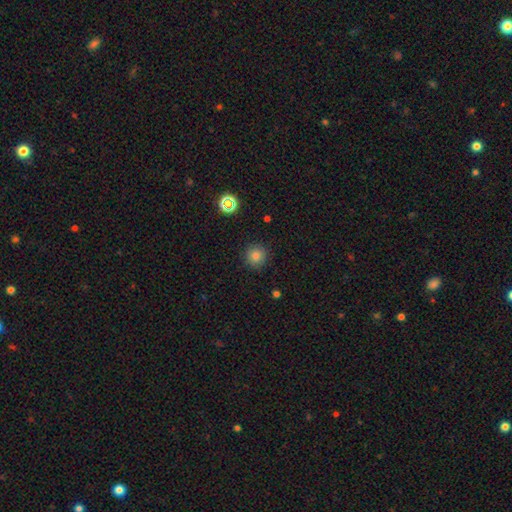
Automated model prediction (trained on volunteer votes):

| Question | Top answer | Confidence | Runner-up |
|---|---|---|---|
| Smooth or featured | smooth | 81% | star or artifact (14%) |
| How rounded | round | 94% | in between (5%) |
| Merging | none | 90% | minor disturbance (7%) |